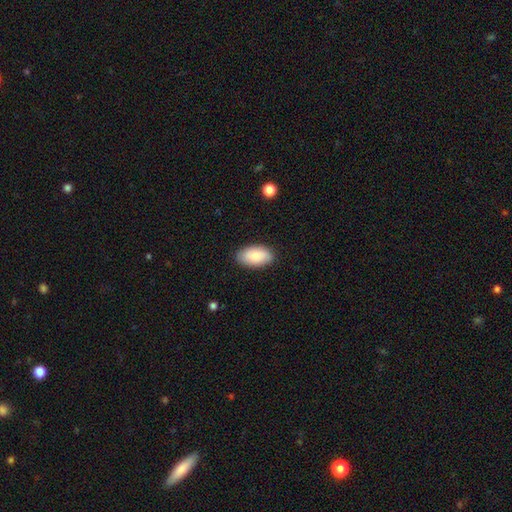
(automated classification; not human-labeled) Smooth or featured?
  - smooth: 84% *
  - featured or disk: 10%
  - star or artifact: 6%
How rounded?
  - in between: 95% *
  - round: 3%
  - cigar-shaped: 2%
Merging?
  - none: 86% *
  - minor disturbance: 11%
  - major disturbance: 2%
  - merger: 1%